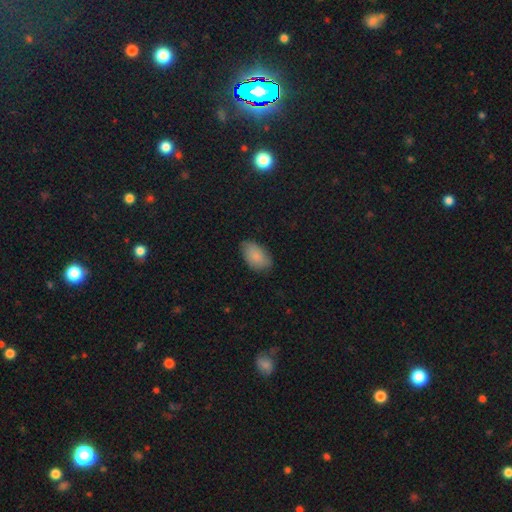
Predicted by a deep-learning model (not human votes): This is clearly a smooth galaxy (86%). How rounded: clearly in between (93%). Merging: likely none (76%).